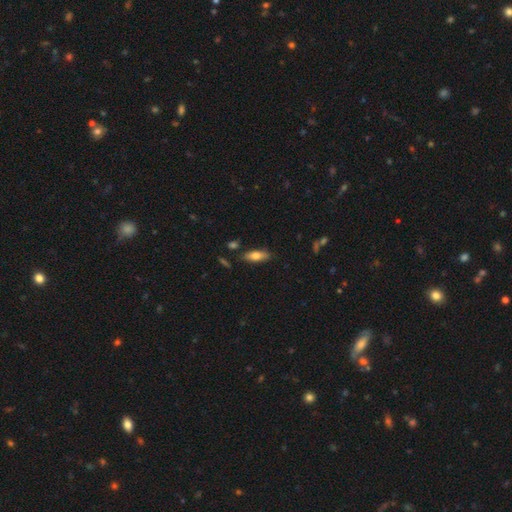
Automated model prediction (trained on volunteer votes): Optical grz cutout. It shows a smooth galaxy with no disk features (68%) that is in between round and cigar-shaped (62%). Merging: none (81%).